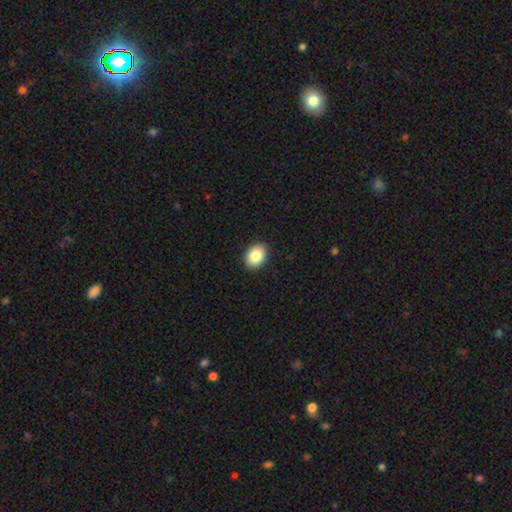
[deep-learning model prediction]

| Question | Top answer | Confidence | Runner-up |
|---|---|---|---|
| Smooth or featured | smooth | 85% | star or artifact (8%) |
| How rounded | in between | 69% | round (30%) |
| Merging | none | 91% | minor disturbance (7%) |